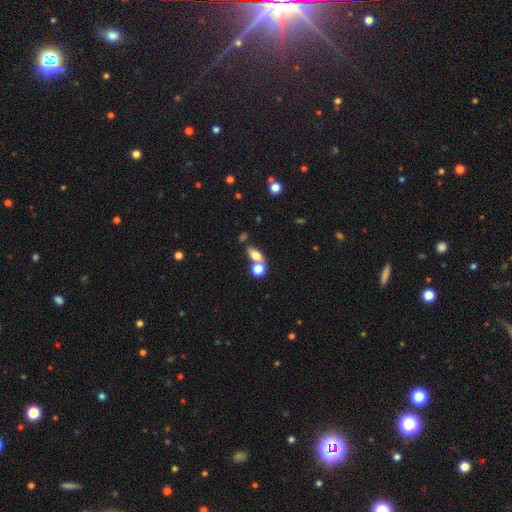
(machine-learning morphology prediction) Smooth or featured? Predicted: smooth (p=0.74). How rounded? Predicted: in between (p=0.73). Merging? Predicted: merger (p=0.45).